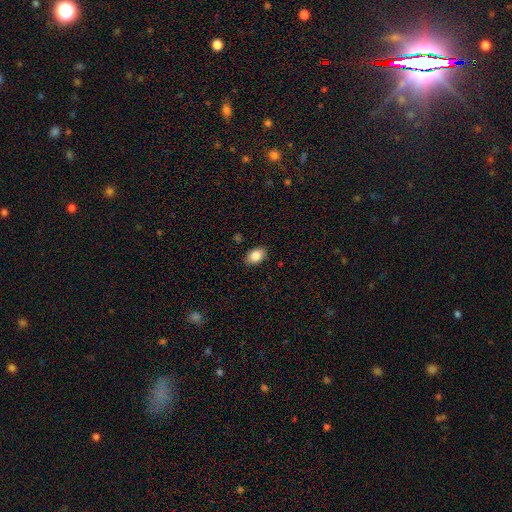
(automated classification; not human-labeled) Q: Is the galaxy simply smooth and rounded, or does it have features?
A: smooth — 85%.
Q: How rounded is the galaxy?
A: in between — 85%.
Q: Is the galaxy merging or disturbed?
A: none — 87%.